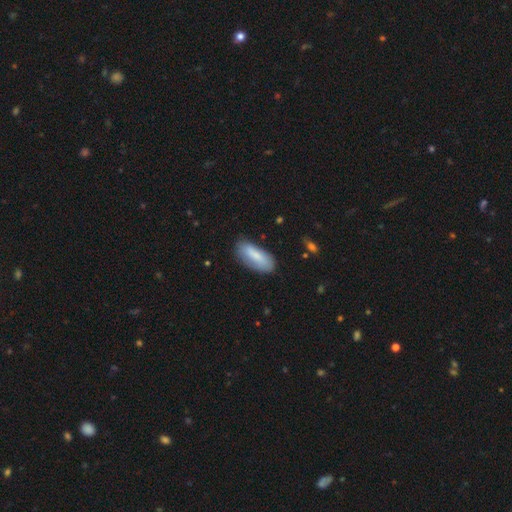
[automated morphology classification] Overall: smooth (79%). How rounded: in between (77%). Merging: none (75%).